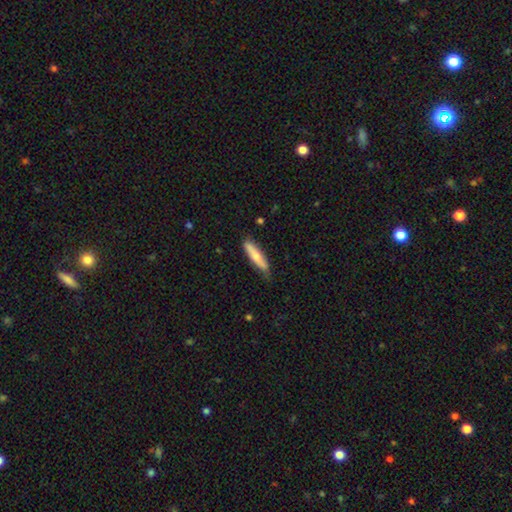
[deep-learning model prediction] Morphology: type=smooth (66%); roundness=cigar-shaped (82%); merging=none (74%).